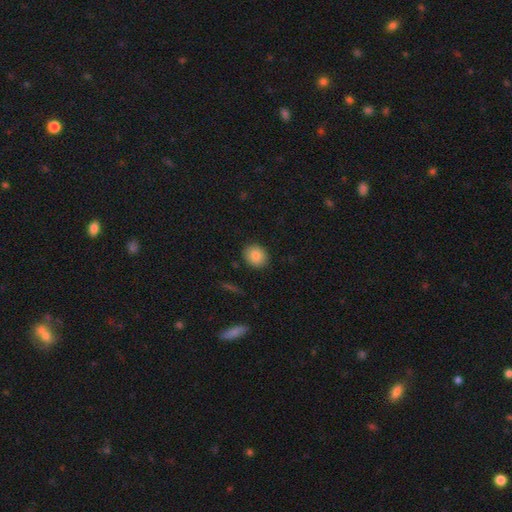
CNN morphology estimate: Smooth or featured: smooth — 86% (star or artifact — 8%)
How rounded: round — 68% (in between — 31%)
Merging: none — 89% (minor disturbance — 8%)